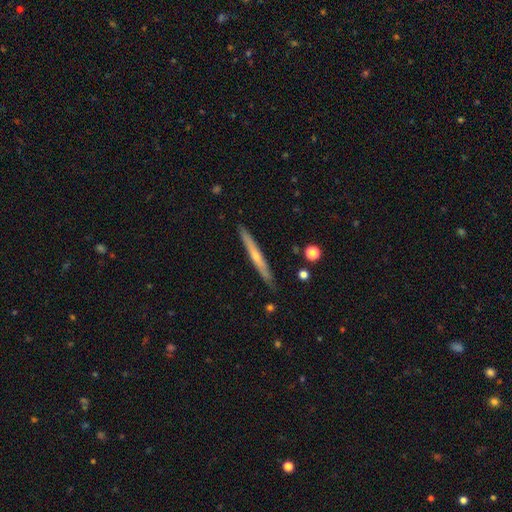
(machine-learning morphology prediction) Q: Smooth or featured?
A: featured or disk (58%); runner-up: smooth (36%)
Q: Edge-on disk?
A: yes (96%); runner-up: no (4%)
Q: Edge-on bulge?
A: rounded (54%); runner-up: none (43%)
Q: Merging?
A: none (89%); runner-up: minor disturbance (8%)